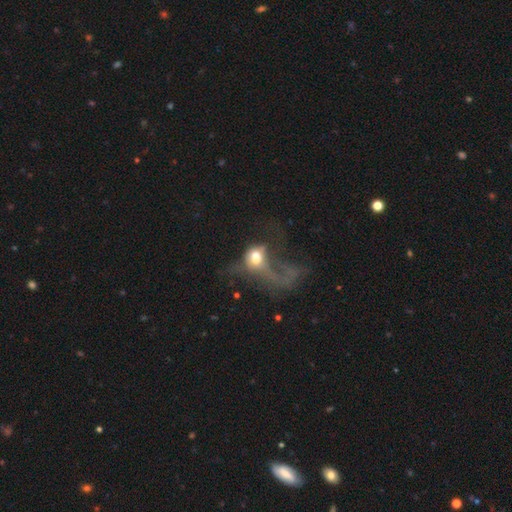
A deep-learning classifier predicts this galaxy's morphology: Overall: smooth (51%; featured or disk 37%). How rounded: round (52%; in between 45%). Merging: major disturbance (68%).